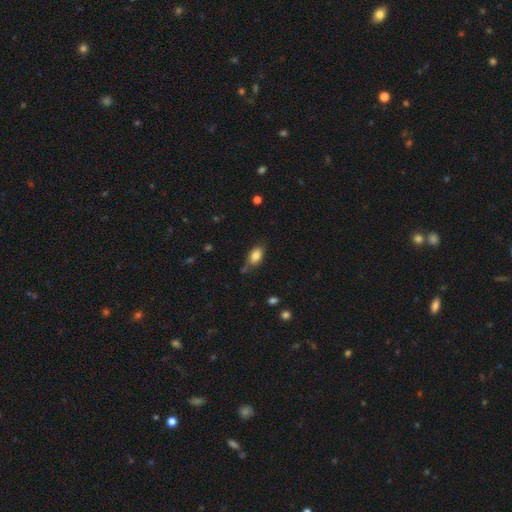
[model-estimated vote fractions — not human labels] smooth 82%, featured or disk 10%, star or artifact 9%. Down the decision tree: how rounded — in between (87%); merging — none (65%).